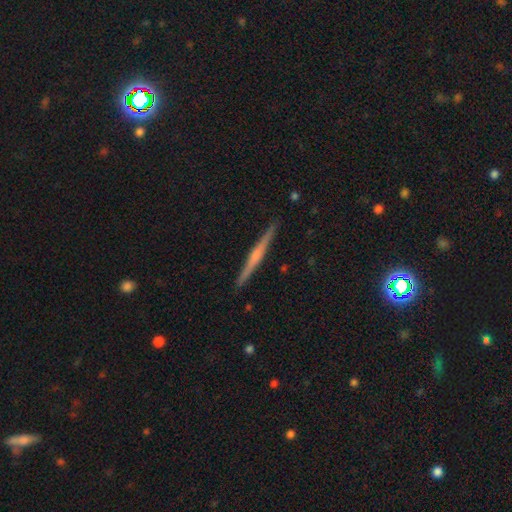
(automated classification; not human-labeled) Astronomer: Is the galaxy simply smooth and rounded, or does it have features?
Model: featured or disk — 69%.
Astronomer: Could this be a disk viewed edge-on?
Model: yes — 98%.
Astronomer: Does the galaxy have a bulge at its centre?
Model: rounded — 56% (runner-up: none, 32%).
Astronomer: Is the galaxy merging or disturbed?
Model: none — 92%.